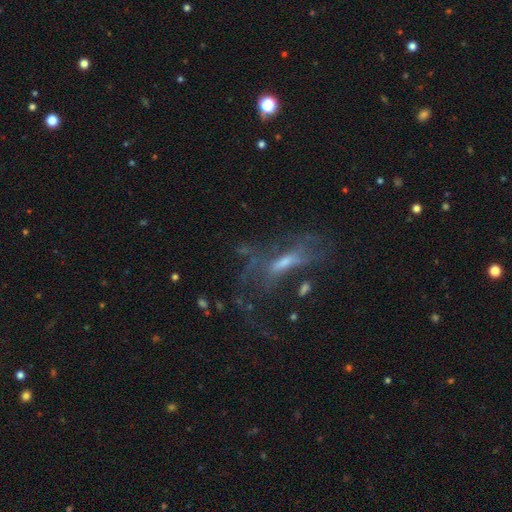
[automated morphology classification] smooth_or_featured: featured or disk (p=0.59) [alt: smooth p=0.22]
disk_edge_on: no (p=0.79) [alt: yes p=0.21]
merging: major disturbance (p=0.40) [alt: none p=0.38]